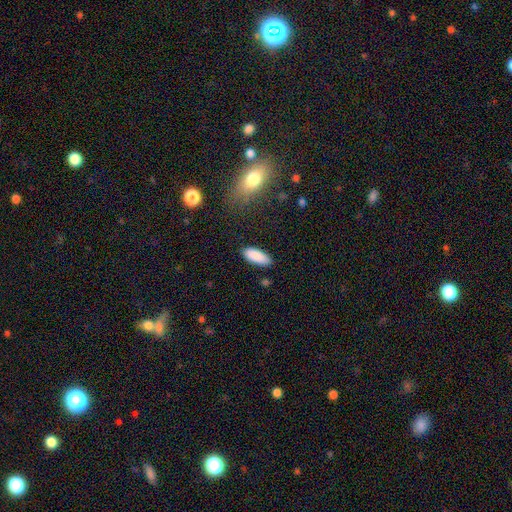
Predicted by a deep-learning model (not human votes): smooth 89%, star or artifact 6%, featured or disk 5%. Down the decision tree: how rounded — in between (78%); merging — none (86%).